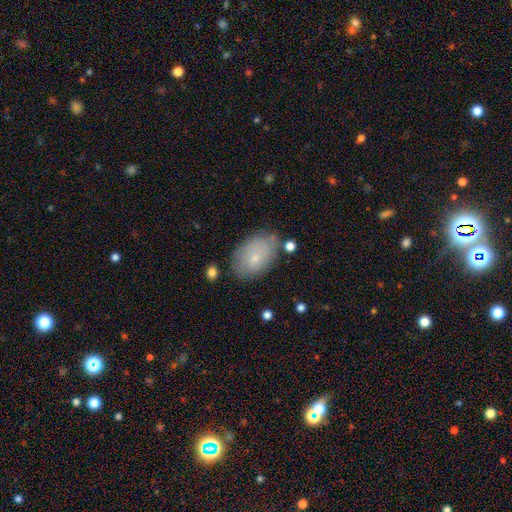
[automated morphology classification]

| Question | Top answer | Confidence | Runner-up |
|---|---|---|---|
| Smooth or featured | smooth | 69% | featured or disk (23%) |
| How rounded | in between | 89% | round (9%) |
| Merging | none | 73% | minor disturbance (19%) |